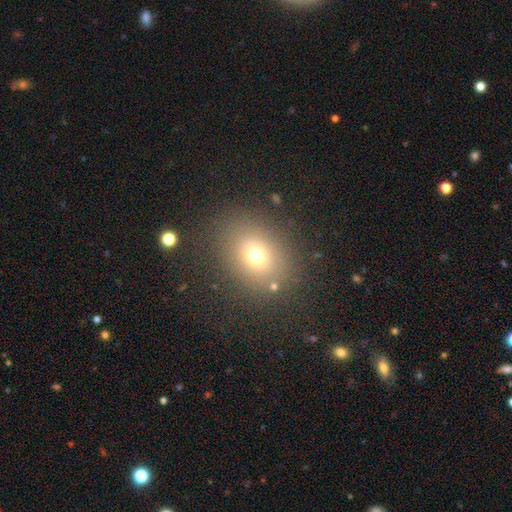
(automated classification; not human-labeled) Morphology: type=smooth (70%); roundness=round (50%); merging=none (82%).